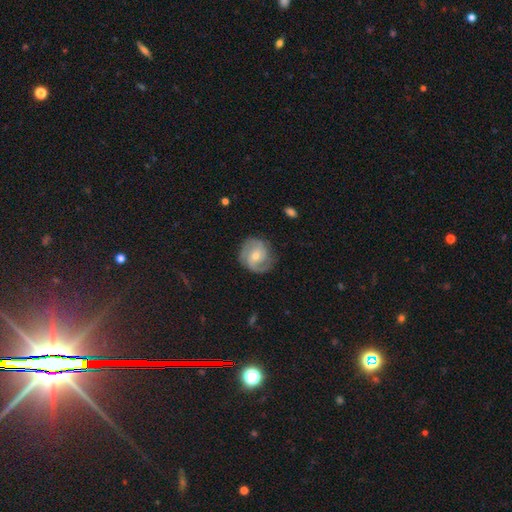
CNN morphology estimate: Q: Smooth or featured?
A: featured or disk (76%); runner-up: smooth (18%)
Q: Edge-on disk?
A: no (97%); runner-up: yes (3%)
Q: Bar?
A: no (48%); runner-up: weak (40%)
Q: Spiral arms?
A: yes (92%); runner-up: no (8%)
Q: Spiral winding?
A: tight (45%); runner-up: medium (41%)
Q: Spiral arm count?
A: 2 (67%); runner-up: can't tell (14%)
Q: Bulge size?
A: moderate (52%); runner-up: small (44%)
Q: Merging?
A: none (77%); runner-up: minor disturbance (16%)